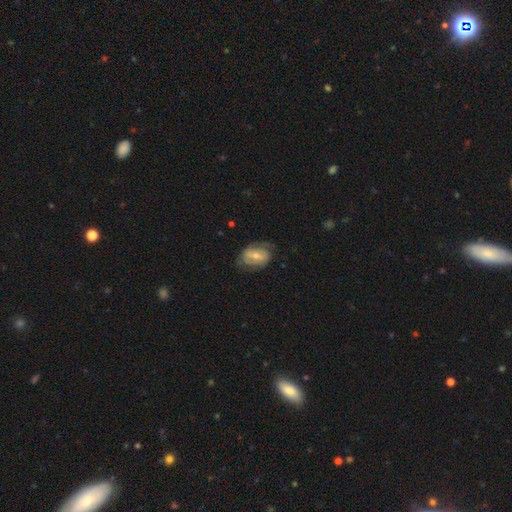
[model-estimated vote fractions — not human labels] A featured or disk galaxy (60%) with a weak bar (42%), spiral arms (68%) and a moderate central bulge (52%).

Vote fractions:
- Smooth or featured? featured or disk: 60% / smooth: 33% / star or artifact: 6%
- Edge-on disk? no: 95% / yes: 5%
- Bar? weak: 42% / no: 30% / strong: 28%
- Spiral arms? yes: 68% / no: 32%
- Bulge size? moderate: 52% / small: 43% / large: 3% / none: 2% / dominant: 1%
- Merging? none: 64% / minor disturbance: 23% / major disturbance: 12% / merger: 1%